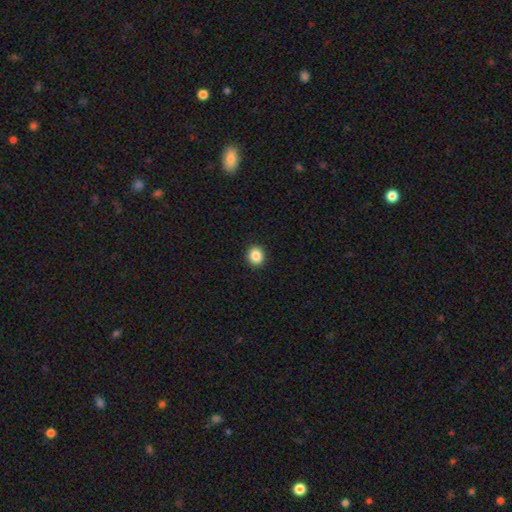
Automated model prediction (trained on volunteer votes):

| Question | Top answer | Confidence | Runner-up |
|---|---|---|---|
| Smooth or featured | smooth | 87% | star or artifact (9%) |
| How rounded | round | 79% | in between (20%) |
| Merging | none | 92% | minor disturbance (5%) |